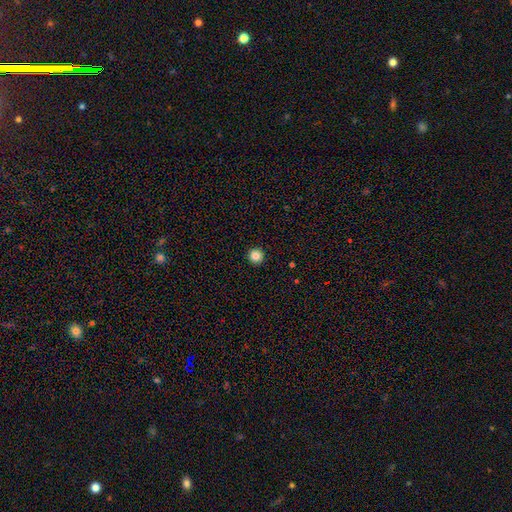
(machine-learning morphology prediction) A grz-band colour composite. It shows a smooth galaxy with no disk features (85%) that is round (96%). Merging: none (93%).